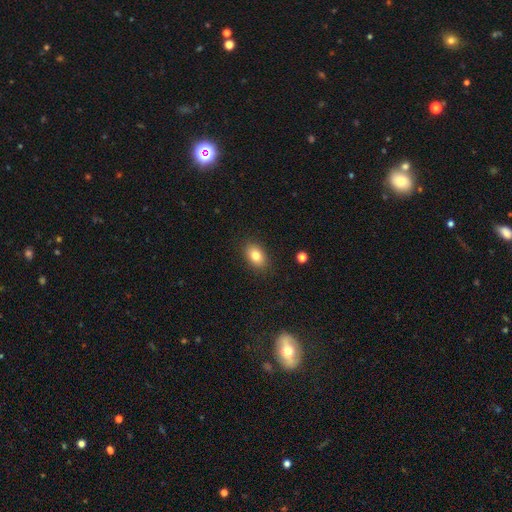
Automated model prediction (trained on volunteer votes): Smooth or featured: smooth — 81% (featured or disk — 10%)
How rounded: in between — 84% (round — 14%)
Merging: none — 87% (minor disturbance — 9%)